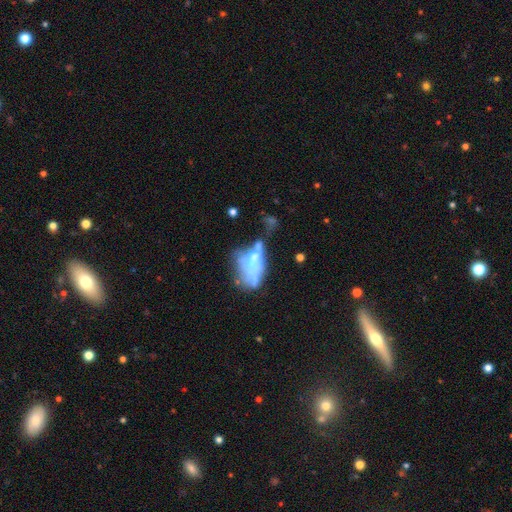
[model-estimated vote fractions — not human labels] featured or disk 54%, smooth 34%, star or artifact 12%. Down the decision tree: edge-on disk — no (94%); bar — no (89%); spiral arms — no (93%); bulge size — moderate (36%); merging — merger (41%).